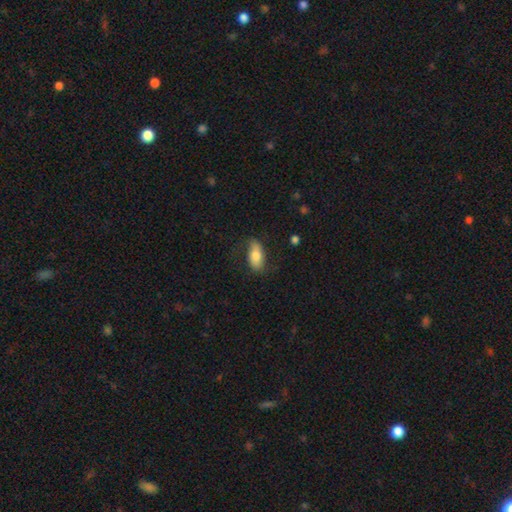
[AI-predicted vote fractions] Smooth or featured? Predicted: smooth (p=0.74). How rounded? Predicted: in between (p=0.87). Merging? Predicted: none (p=0.71).